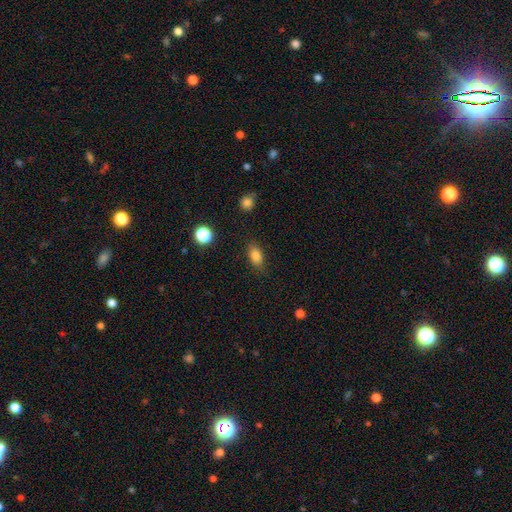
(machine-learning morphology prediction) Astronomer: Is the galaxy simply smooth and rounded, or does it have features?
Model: smooth — 84%.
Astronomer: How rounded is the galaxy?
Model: in between — 85%.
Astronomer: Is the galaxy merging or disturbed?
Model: none — 84%.